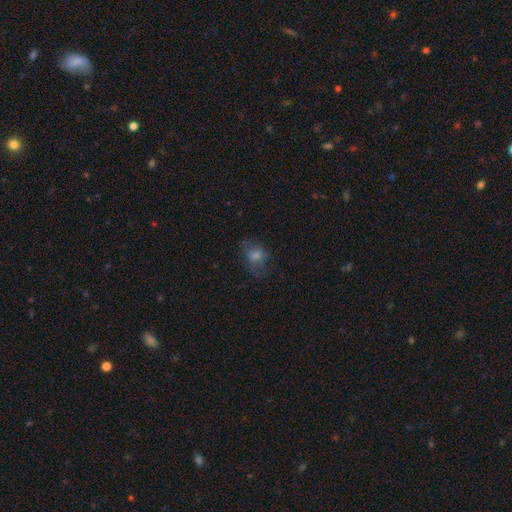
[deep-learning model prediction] smooth-or-featured: smooth: 58% | featured or disk: 25% | star or artifact: 17%
  how-rounded: in between: 63% | round: 35% | cigar-shaped: 2%
  merging: none: 54% | minor disturbance: 23% | major disturbance: 22% | merger: 2%